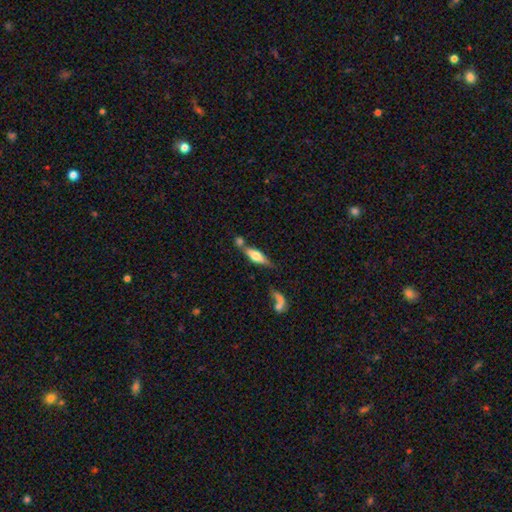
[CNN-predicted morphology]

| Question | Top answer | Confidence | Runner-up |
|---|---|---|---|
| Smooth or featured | featured or disk | 46% | tied: smooth (46%) |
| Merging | none | 48% | merger (28%) |